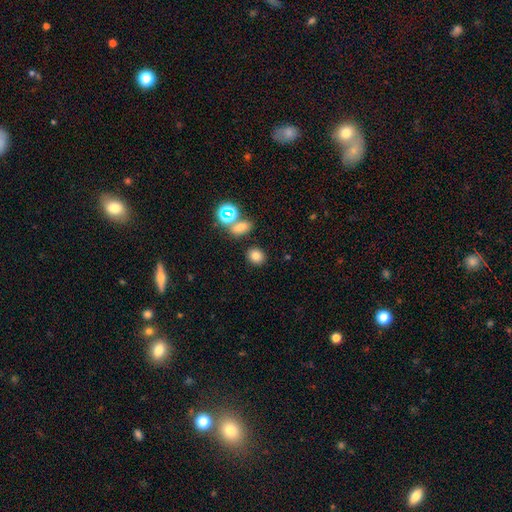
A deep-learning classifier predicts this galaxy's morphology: This appears to be a smooth galaxy with no disk features (76%) that is round (69%). Merging: none (82%).